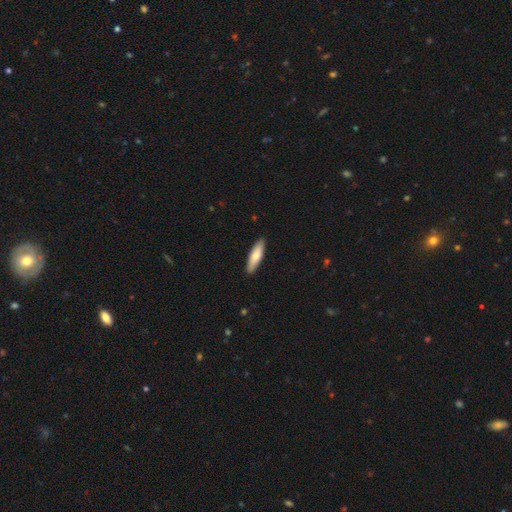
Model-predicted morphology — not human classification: Overall: smooth (74%). How rounded: cigar-shaped (61%; in between 37%). Merging: none (90%).